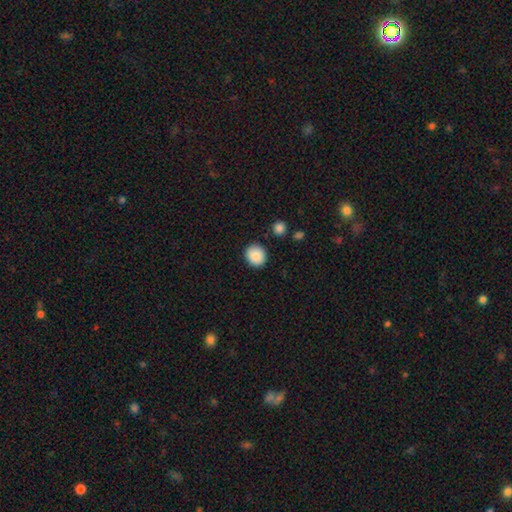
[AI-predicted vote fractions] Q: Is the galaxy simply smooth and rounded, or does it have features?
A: smooth — 88%.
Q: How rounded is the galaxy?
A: round — 83%.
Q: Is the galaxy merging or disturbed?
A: none — 88%.